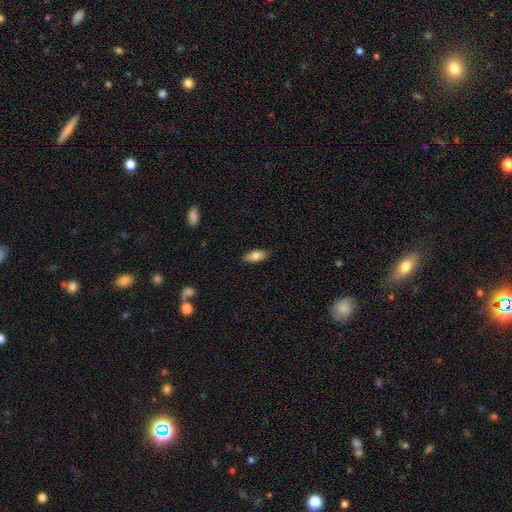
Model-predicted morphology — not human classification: Smooth or featured?
  - smooth: 80% *
  - featured or disk: 13%
  - star or artifact: 7%
How rounded?
  - in between: 80% *
  - cigar-shaped: 17%
  - round: 2%
Merging?
  - none: 87% *
  - minor disturbance: 10%
  - major disturbance: 2%
  - merger: 1%